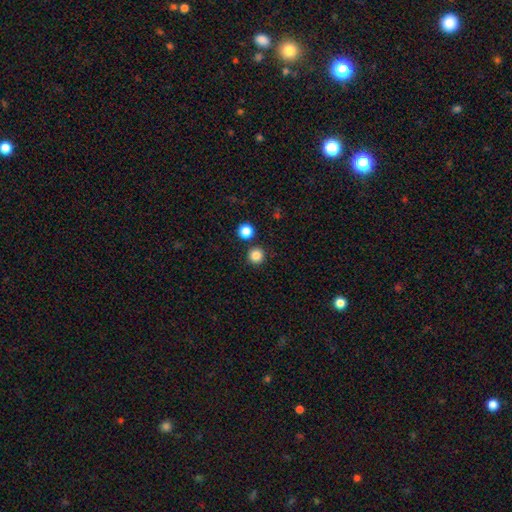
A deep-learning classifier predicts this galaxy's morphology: type=smooth (85%); roundness=round (96%); merging=none (88%).